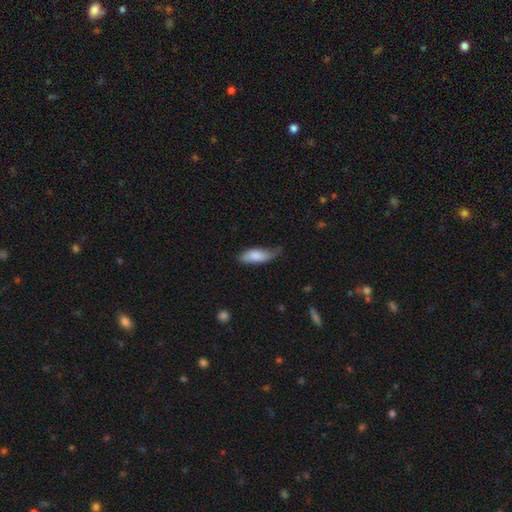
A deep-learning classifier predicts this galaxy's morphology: Smooth or featured? smooth (81%)
How rounded? in between (72%)
Merging? none (43%)